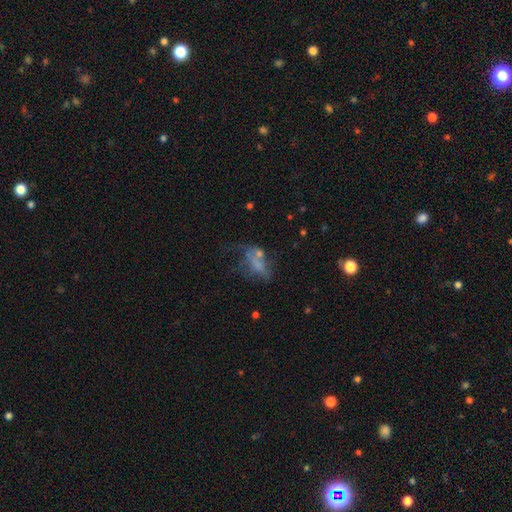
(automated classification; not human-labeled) Overall: featured or disk (40%, tied with smooth). Merging: major disturbance (38%; none 28%).